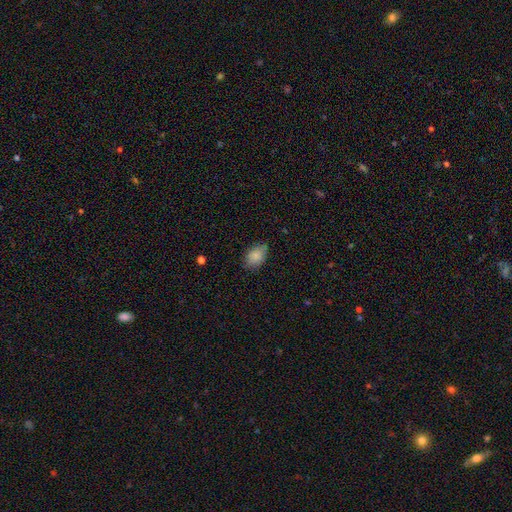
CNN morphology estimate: Smooth or featured? Predicted: smooth (p=0.86). How rounded? Predicted: in between (p=0.85). Merging? Predicted: none (p=0.73).